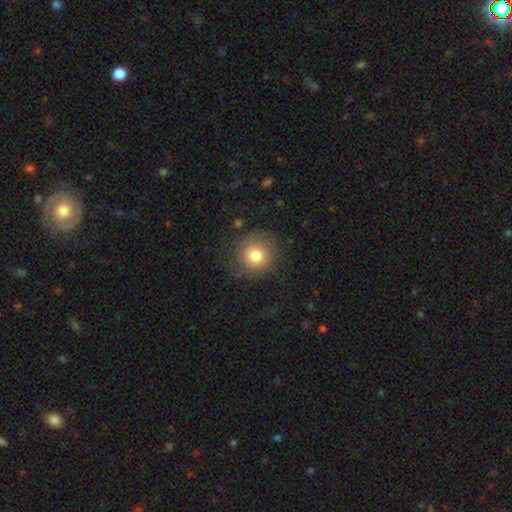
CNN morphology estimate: Overall: smooth (78%). How rounded: round (91%). Merging: none (78%).